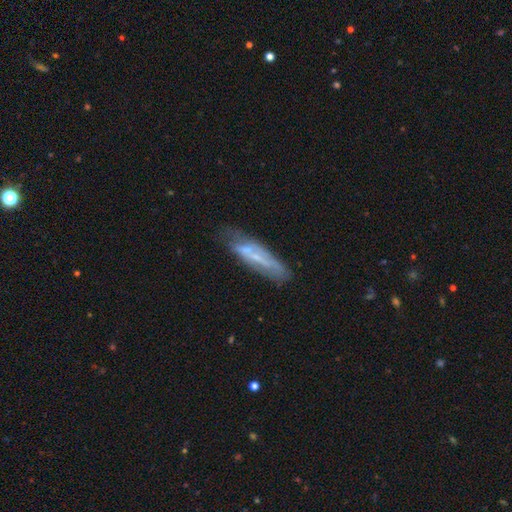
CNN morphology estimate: This appears to be a featured or disk galaxy (60%). Merging: none (59%).